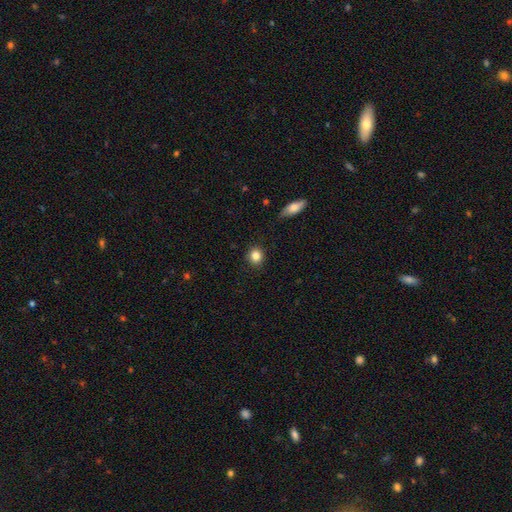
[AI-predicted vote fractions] A smooth galaxy with no disk features (84%) that is round (85%). Merging: none (89%).